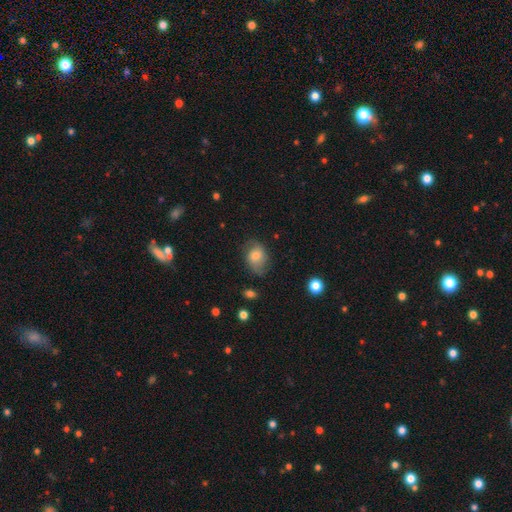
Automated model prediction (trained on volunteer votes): This is possibly a smooth galaxy (53%). How rounded: likely in between (61%). Merging: likely none (64%).